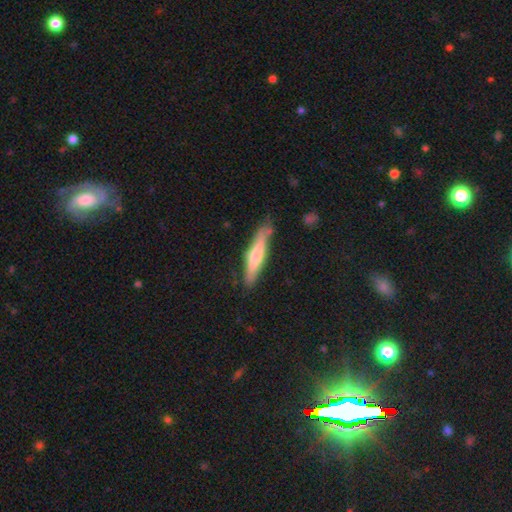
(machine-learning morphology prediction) smooth-or-featured: smooth: 47% | featured or disk: 45% | star or artifact: 8%
  merging: none: 78% | minor disturbance: 17% | major disturbance: 3% | merger: 2%